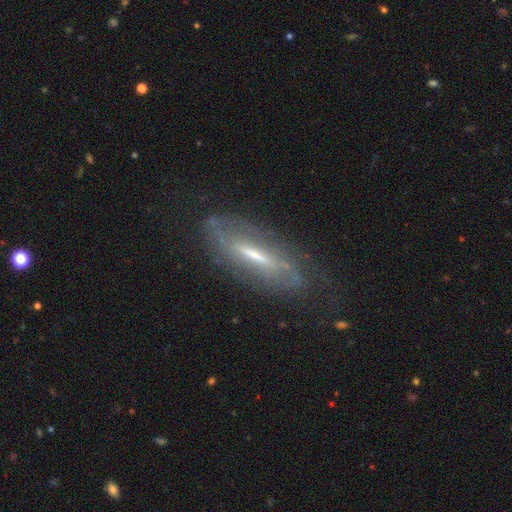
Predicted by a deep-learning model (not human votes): Overall: featured or disk (73%). Edge-on disk: no (66%; yes 34%). Merging: none (66%).